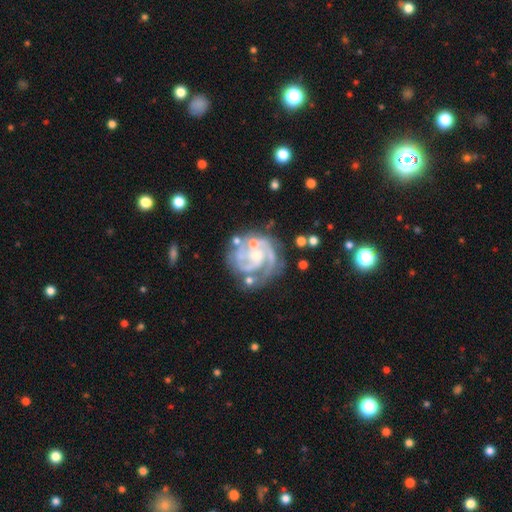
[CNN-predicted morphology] Smooth or featured? featured or disk (89%)
Edge-on disk? no (98%)
Bar? no (65%)
Spiral arms? yes (97%)
Spiral winding? tight (59%)
Spiral arm count? 2 (45%)
Bulge size? small (53%)
Merging? none (64%)